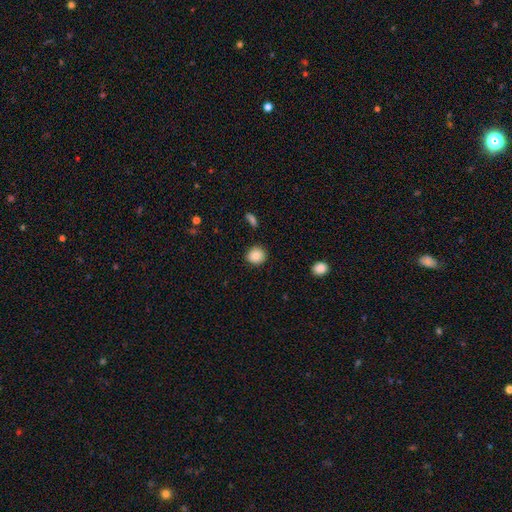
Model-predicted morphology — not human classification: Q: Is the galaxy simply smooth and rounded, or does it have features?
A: smooth — 88%.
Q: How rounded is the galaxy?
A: round — 88%.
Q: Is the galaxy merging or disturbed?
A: none — 88%.